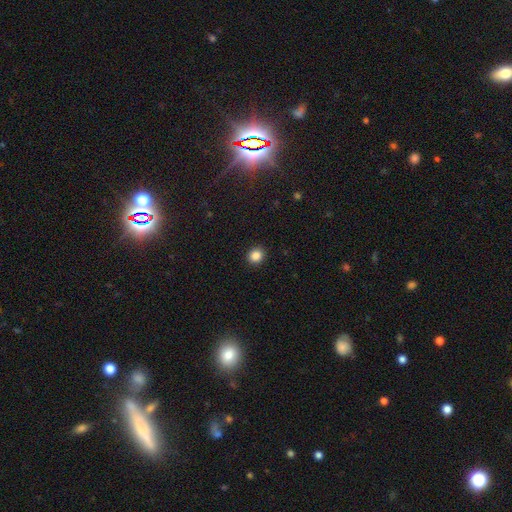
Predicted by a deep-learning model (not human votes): smooth 86%, star or artifact 10%, featured or disk 3%. Down the decision tree: how rounded — round (83%); merging — none (92%).